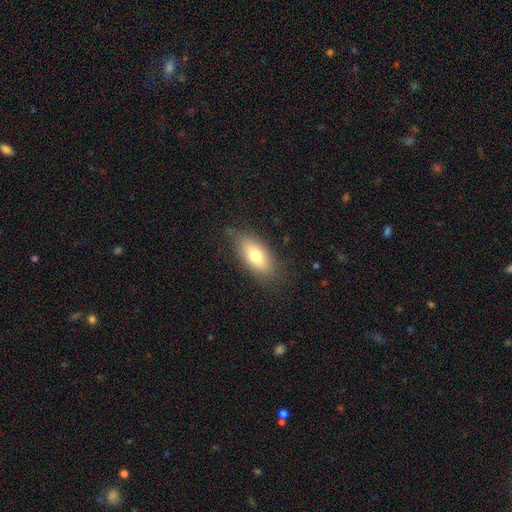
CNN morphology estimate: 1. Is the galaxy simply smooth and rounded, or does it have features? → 72% smooth, 21% featured or disk, 8% star or artifact.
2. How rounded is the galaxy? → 86% in between, 9% cigar-shaped, 5% round.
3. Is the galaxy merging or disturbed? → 71% none, 21% minor disturbance, 6% major disturbance, 1% merger.